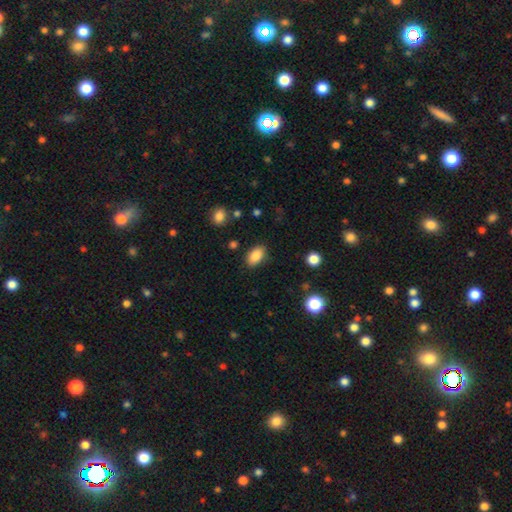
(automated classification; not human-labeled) This appears to be a smooth galaxy with no disk features (87%) that is in between round and cigar-shaped (91%). Merging: none (85%).